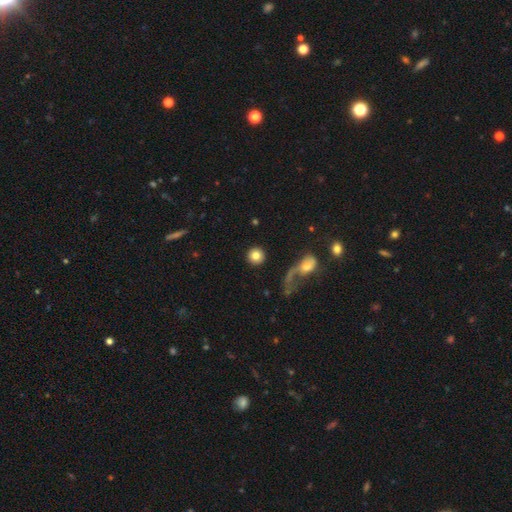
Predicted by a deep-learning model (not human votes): smooth 80%, featured or disk 12%, star or artifact 8%. Down the decision tree: how rounded — round (95%); merging — none (87%).